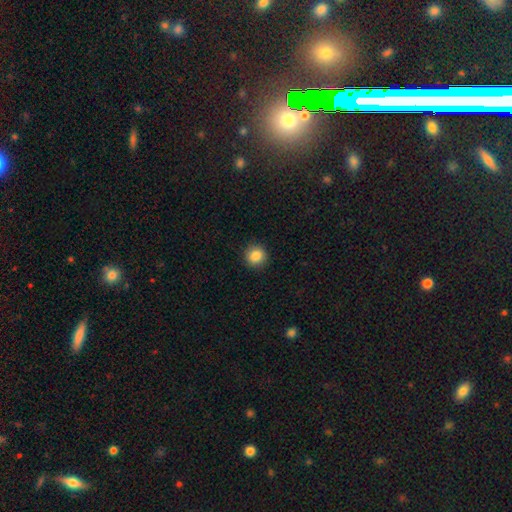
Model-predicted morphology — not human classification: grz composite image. It shows a smooth galaxy with no disk features (86%) that is round (90%). Merging: none (91%).